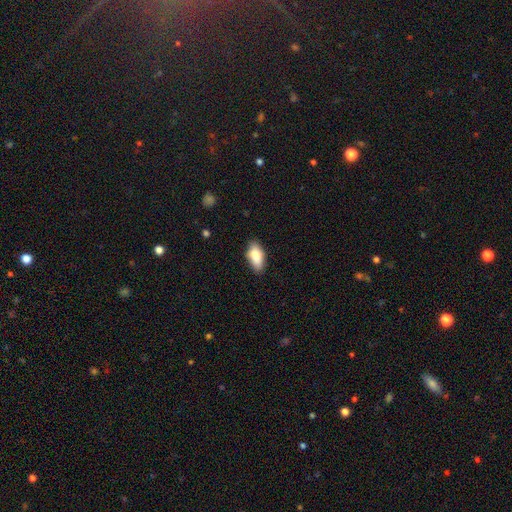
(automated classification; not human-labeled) A smooth galaxy with no disk features (85%) that is in between round and cigar-shaped (88%). Merging: none (80%).